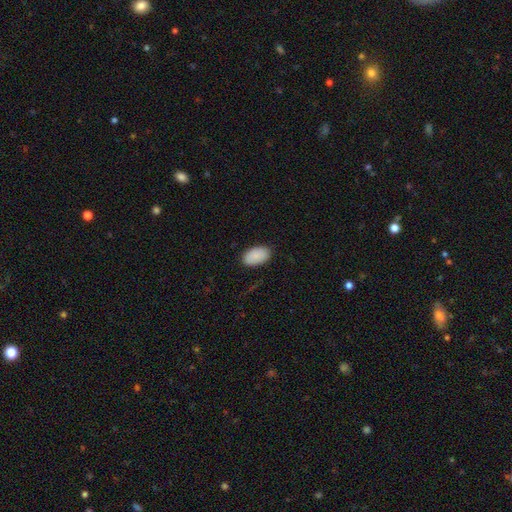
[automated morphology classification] Overall: smooth (89%). How rounded: in between (94%). Merging: none (86%).